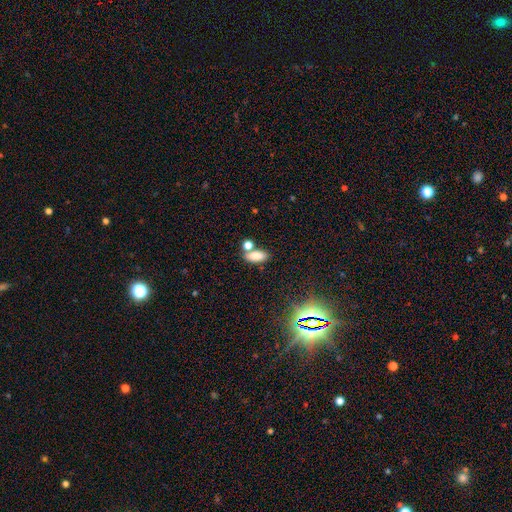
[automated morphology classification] A smooth galaxy with no disk features (81%) that is in between round and cigar-shaped (84%).

Vote fractions:
- Smooth or featured? smooth: 81% / star or artifact: 12% / featured or disk: 8%
- How rounded? in between: 84% / cigar-shaped: 10% / round: 6%
- Merging? none: 60% / merger: 24% / minor disturbance: 11% / major disturbance: 4%